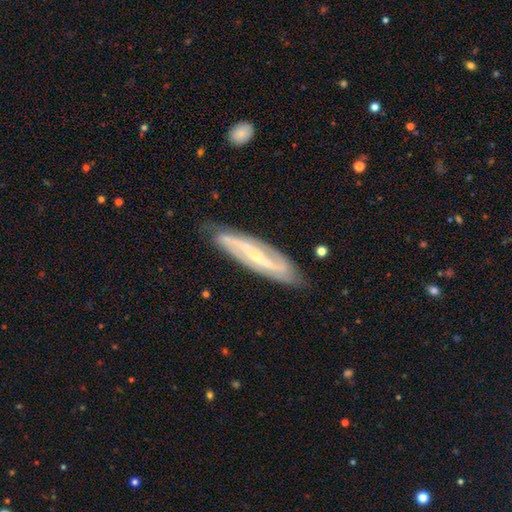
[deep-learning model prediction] Overall: featured or disk (86%). Edge-on disk: no (80%). Bar: strong (62%; weak 26%). Spiral arms: yes (94%). Spiral arm count: 2 (86%). Spiral winding: medium (41%; loose 32%). Bulge size: small (69%). Merging: none (81%).